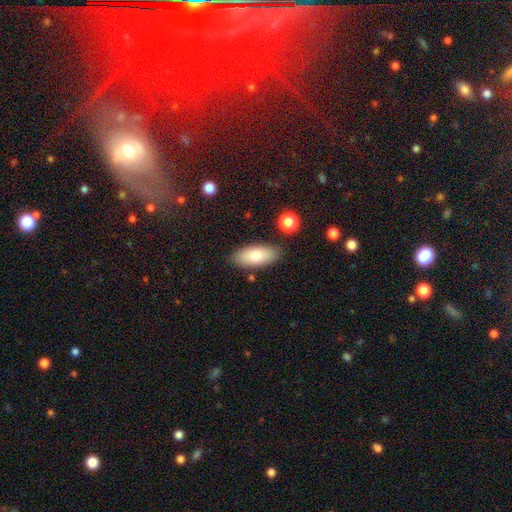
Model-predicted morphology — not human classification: This appears to be a smooth galaxy with no disk features (76%) that is in between round and cigar-shaped (87%). Merging: none (84%).